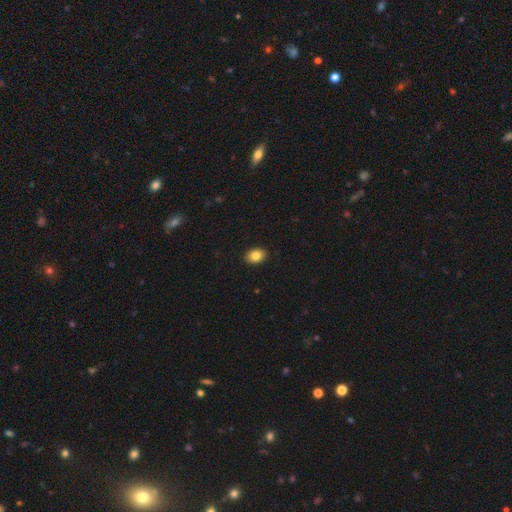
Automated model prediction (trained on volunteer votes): Smooth or featured?
  - smooth: 83% *
  - featured or disk: 9%
  - star or artifact: 8%
How rounded?
  - in between: 77% *
  - round: 22%
  - cigar-shaped: 1%
Merging?
  - none: 90% *
  - minor disturbance: 7%
  - major disturbance: 2%
  - merger: 1%